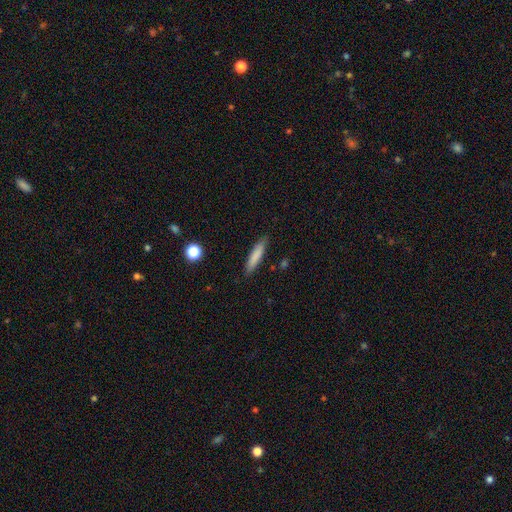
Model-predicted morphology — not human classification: The model was most divided on "smooth or featured": smooth: 81%, featured or disk: 13%, star or artifact: 7%. More confident: merging — none (86%); how rounded — cigar-shaped (85%).